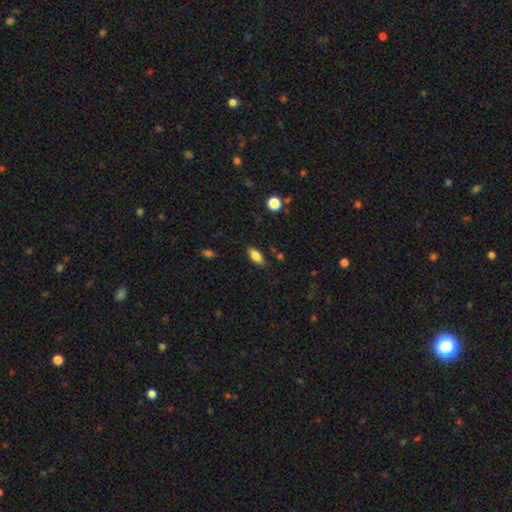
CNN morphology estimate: smooth 81%, featured or disk 11%, star or artifact 8%. Down the decision tree: how rounded — in between (86%); merging — none (82%).